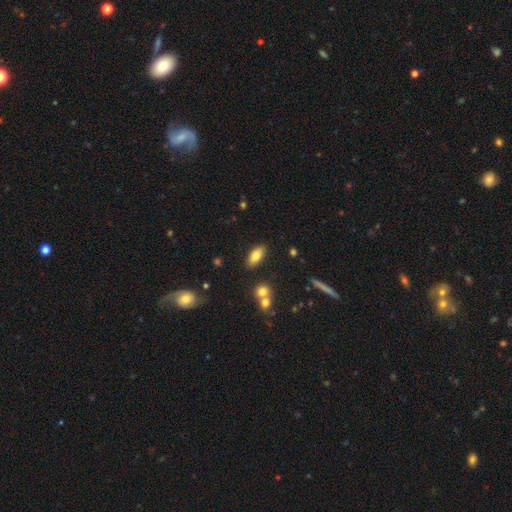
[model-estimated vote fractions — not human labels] A smooth galaxy with no disk features (80%) that is in between round and cigar-shaped (86%). Merging: none (84%).